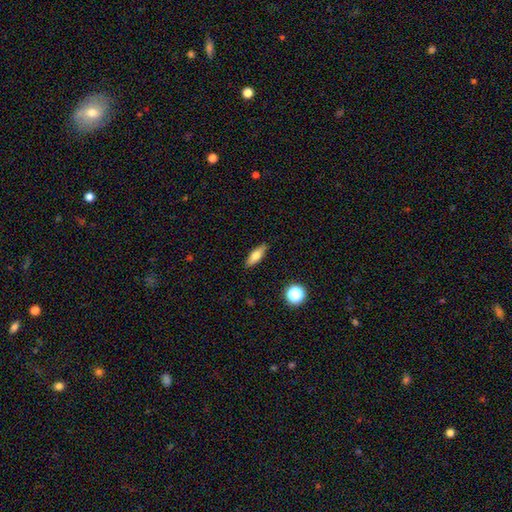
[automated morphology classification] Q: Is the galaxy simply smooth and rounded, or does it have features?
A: smooth — 69%.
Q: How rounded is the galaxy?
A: in between — 58%.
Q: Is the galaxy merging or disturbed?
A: none — 87%.